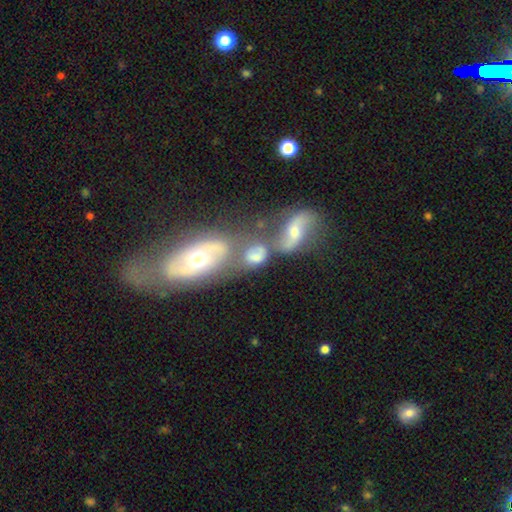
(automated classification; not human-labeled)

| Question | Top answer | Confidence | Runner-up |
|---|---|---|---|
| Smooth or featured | smooth | 51% | featured or disk (35%) |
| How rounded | in between | 71% | round (26%) |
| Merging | merger | 55% | none (23%) |